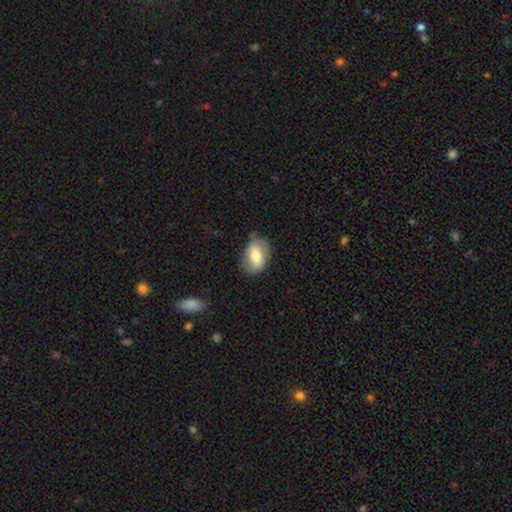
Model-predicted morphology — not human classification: A smooth galaxy with no disk features (64%) that is in between round and cigar-shaped (82%). Merging: none (72%).